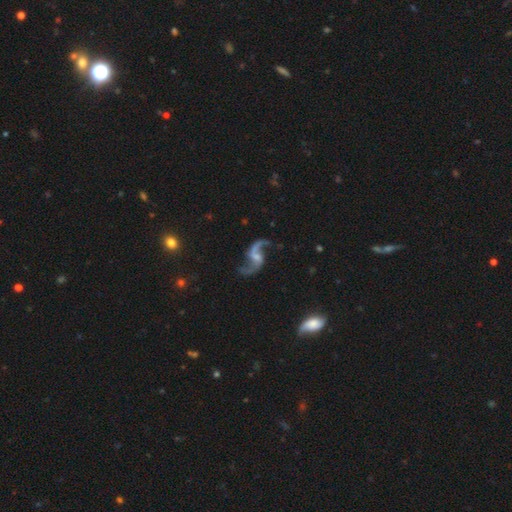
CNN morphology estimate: Q: Smooth or featured?
A: featured or disk (90%); runner-up: star or artifact (5%)
Q: Edge-on disk?
A: no (98%); runner-up: yes (2%)
Q: Bar?
A: weak (49%); runner-up: no (37%)
Q: Spiral arms?
A: yes (97%); runner-up: no (3%)
Q: Spiral winding?
A: loose (85%); runner-up: medium (12%)
Q: Spiral arm count?
A: 2 (94%); runner-up: 1 (2%)
Q: Bulge size?
A: small (37%); runner-up: none (35%)
Q: Merging?
A: none (73%); runner-up: minor disturbance (15%)